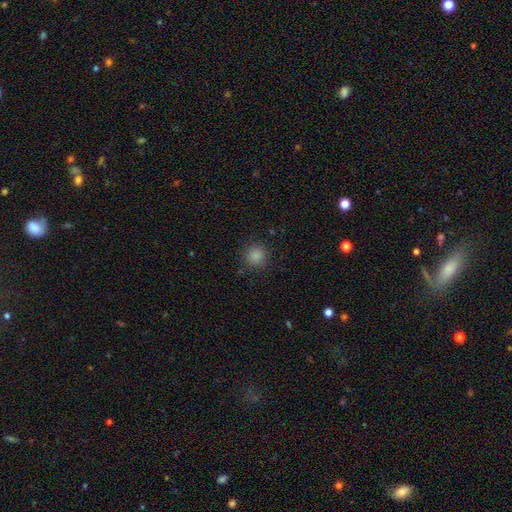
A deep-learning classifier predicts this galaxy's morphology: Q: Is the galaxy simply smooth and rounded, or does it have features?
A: smooth — 85%.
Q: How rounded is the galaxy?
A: round — 93%.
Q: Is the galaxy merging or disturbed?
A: none — 88%.